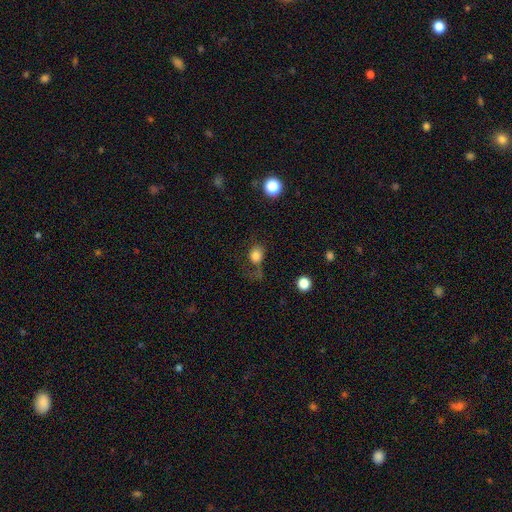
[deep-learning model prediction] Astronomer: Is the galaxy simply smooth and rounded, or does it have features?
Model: smooth — 79%.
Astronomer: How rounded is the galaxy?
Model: round — 64%.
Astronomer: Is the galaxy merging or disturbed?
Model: none — 42% (runner-up: major disturbance, 31%).